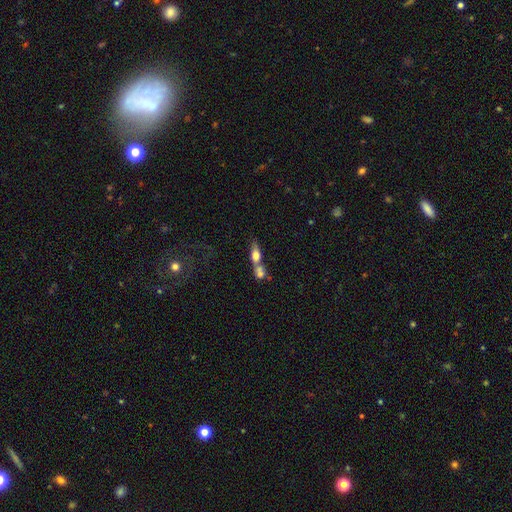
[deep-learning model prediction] Smooth or featured? Predicted: smooth (p=0.56). How rounded? Predicted: in between (p=0.55). Merging? Predicted: merger (p=0.59).